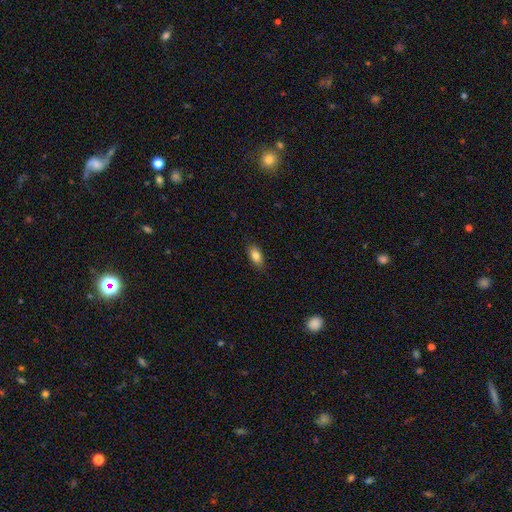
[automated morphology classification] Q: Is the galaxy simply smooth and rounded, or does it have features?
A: smooth — 83%.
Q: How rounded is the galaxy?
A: in between — 88%.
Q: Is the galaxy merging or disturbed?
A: none — 86%.